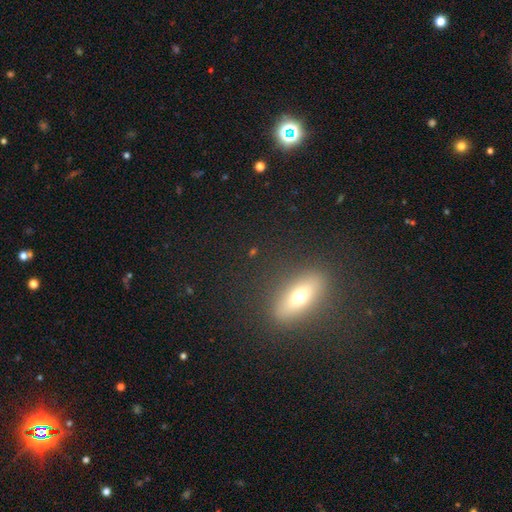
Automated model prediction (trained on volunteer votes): Smooth or featured: featured or disk — 43% (smooth — 40%)
Merging: none — 85% (minor disturbance — 8%)